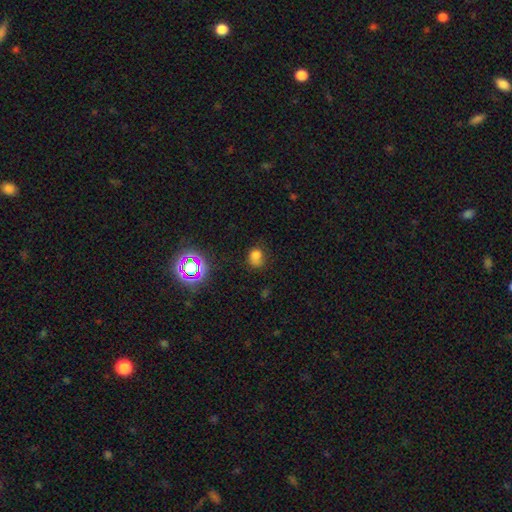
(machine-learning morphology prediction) Smooth or featured? Predicted: smooth (p=0.71). How rounded? Predicted: round (p=0.64). Merging? Predicted: none (p=0.57).